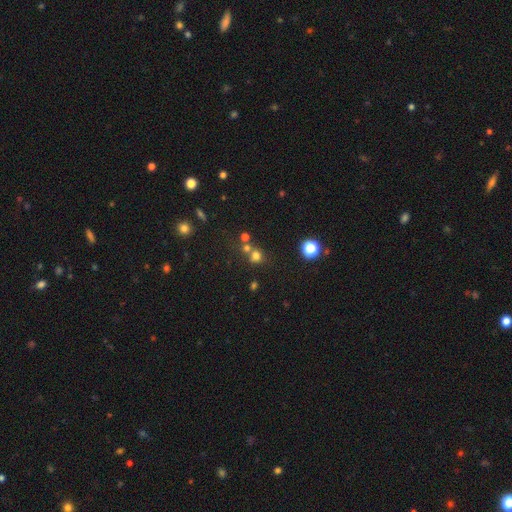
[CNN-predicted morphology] Smooth or featured? Predicted: smooth (p=0.68). How rounded? Predicted: round (p=0.84). Merging? Predicted: none (p=0.55).